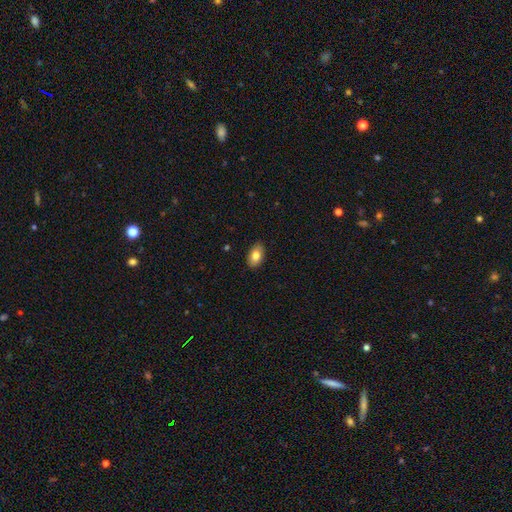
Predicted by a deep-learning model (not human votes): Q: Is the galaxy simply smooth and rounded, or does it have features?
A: smooth — 81%.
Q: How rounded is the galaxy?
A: in between — 92%.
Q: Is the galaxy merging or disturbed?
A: none — 88%.